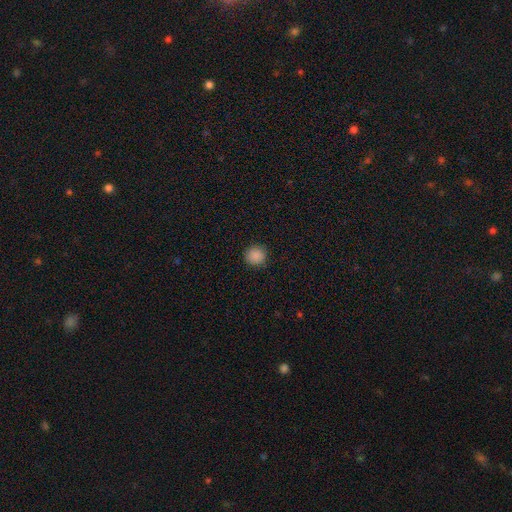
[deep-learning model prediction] This is clearly a smooth galaxy (88%). How rounded: clearly round (92%). Merging: clearly none (91%).